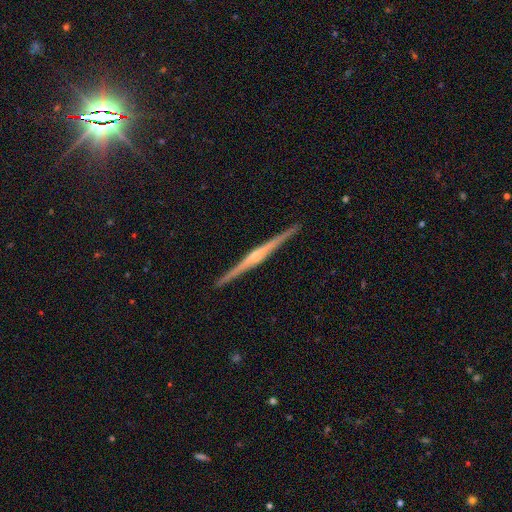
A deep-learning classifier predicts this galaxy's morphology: Smooth or featured? Predicted: featured or disk (p=0.82). Edge-on disk? Predicted: yes (p=0.99). Edge-on bulge? Predicted: rounded (p=0.64). Merging? Predicted: none (p=0.93).